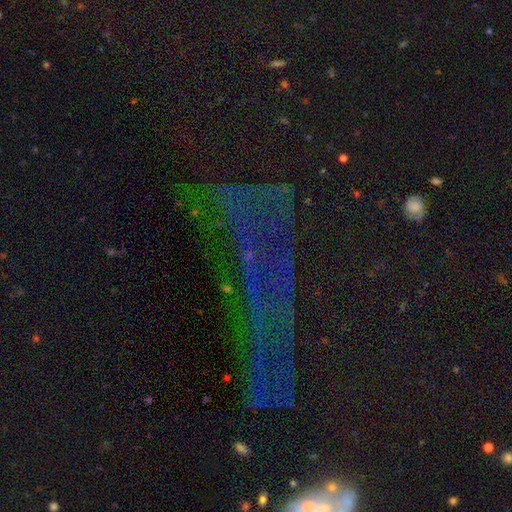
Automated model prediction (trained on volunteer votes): A star or artifact, not a galaxy (73%).